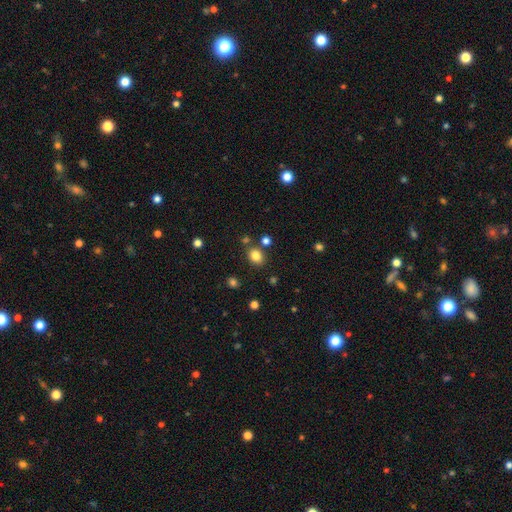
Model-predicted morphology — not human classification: smooth-or-featured: smooth: 82% | star or artifact: 12% | featured or disk: 6%
  how-rounded: in between: 50% | round: 49% | cigar-shaped: 1%
  merging: none: 79% | minor disturbance: 10% | merger: 7% | major disturbance: 3%